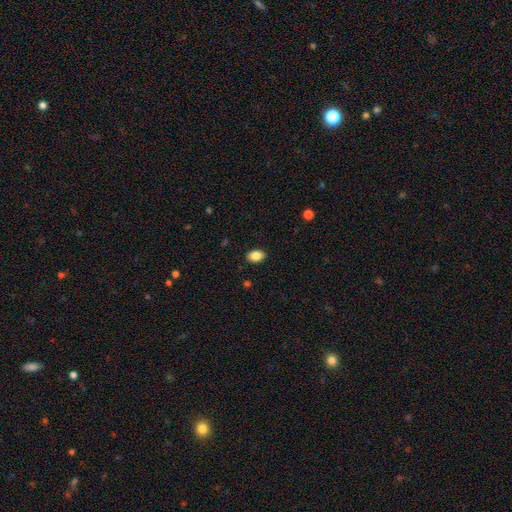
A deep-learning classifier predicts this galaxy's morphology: This appears to be a smooth galaxy with no disk features (85%) that is in between round and cigar-shaped (88%). Merging: none (88%).